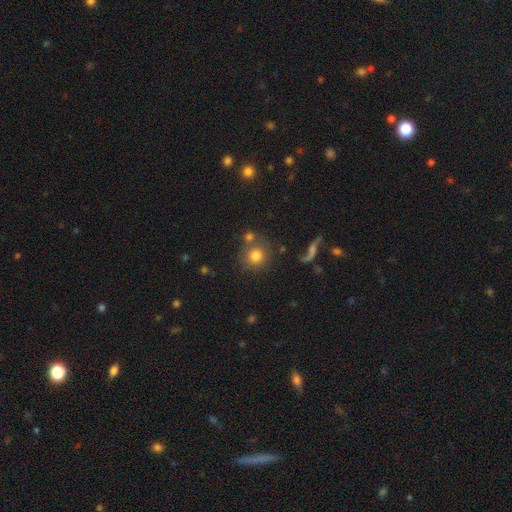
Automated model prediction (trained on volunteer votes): smooth-or-featured: smooth: 77% | featured or disk: 12% | star or artifact: 11%
  how-rounded: round: 92% | in between: 7% | cigar-shaped: 1%
  merging: none: 67% | merger: 15% | minor disturbance: 12% | major disturbance: 6%